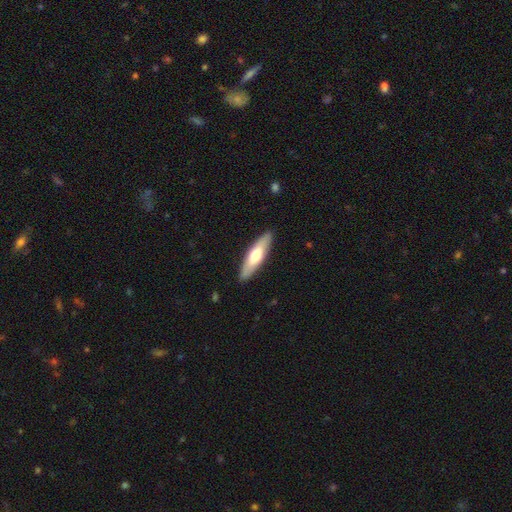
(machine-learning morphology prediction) smooth-or-featured: smooth: 57% | featured or disk: 38% | star or artifact: 5%
  how-rounded: cigar-shaped: 70% | in between: 28% | round: 2%
  merging: none: 90% | minor disturbance: 8% | major disturbance: 2% | merger: 1%